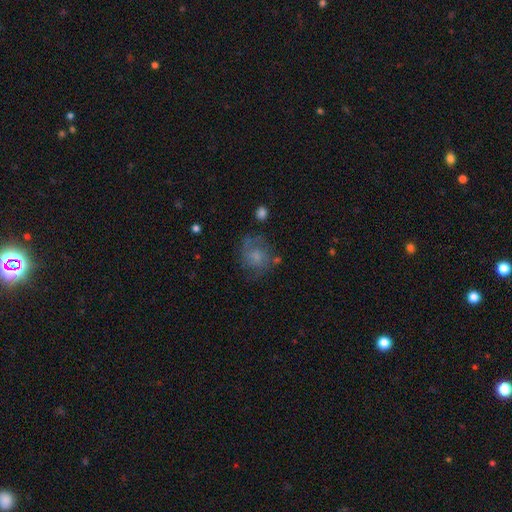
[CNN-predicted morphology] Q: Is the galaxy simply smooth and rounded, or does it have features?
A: featured or disk — 45%.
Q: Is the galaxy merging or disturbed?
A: none — 59%.